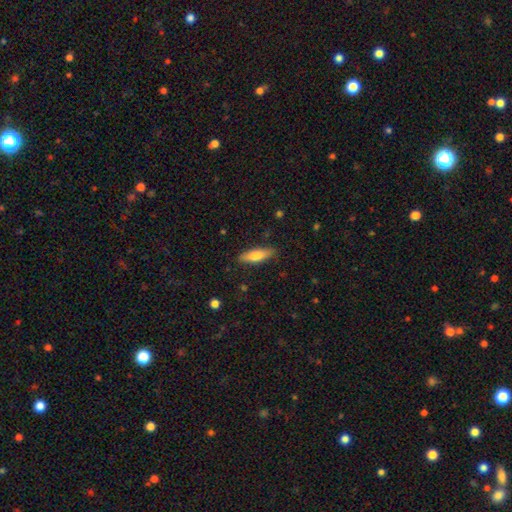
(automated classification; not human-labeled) Smooth or featured? smooth (71%)
How rounded? cigar-shaped (60%)
Merging? none (86%)